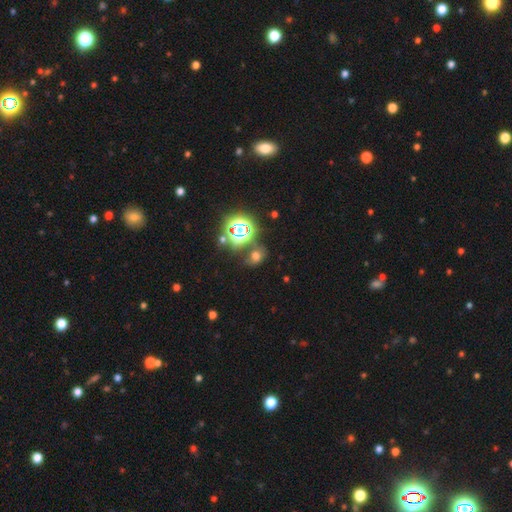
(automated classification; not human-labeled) Smooth or featured?
  - smooth: 48% *
  - star or artifact: 41%
  - featured or disk: 11%
Merging?
  - none: 62% *
  - minor disturbance: 17%
  - merger: 12%
  - major disturbance: 9%